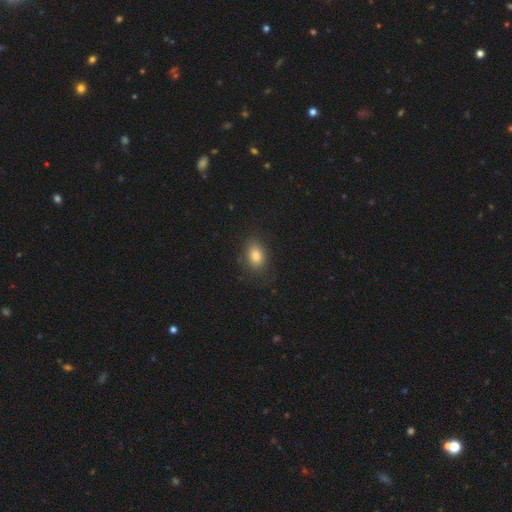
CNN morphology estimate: type=smooth (81%); roundness=in between (79%); merging=none (81%).